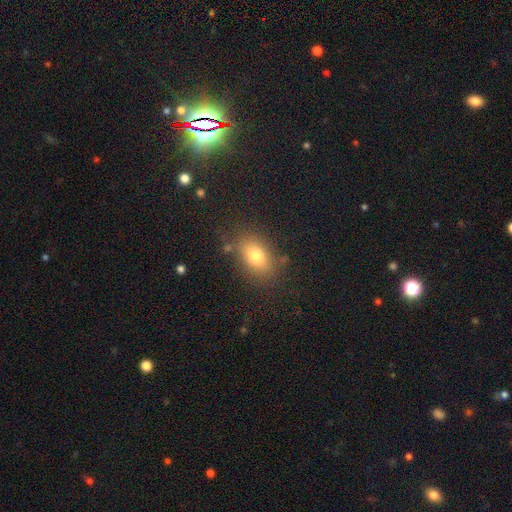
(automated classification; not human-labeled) A smooth galaxy with no disk features (78%) that is in between round and cigar-shaped (84%).

Vote fractions:
- Smooth or featured? smooth: 78% / featured or disk: 12% / star or artifact: 11%
- How rounded? in between: 84% / round: 14% / cigar-shaped: 3%
- Merging? none: 80% / minor disturbance: 13% / major disturbance: 4% / merger: 3%